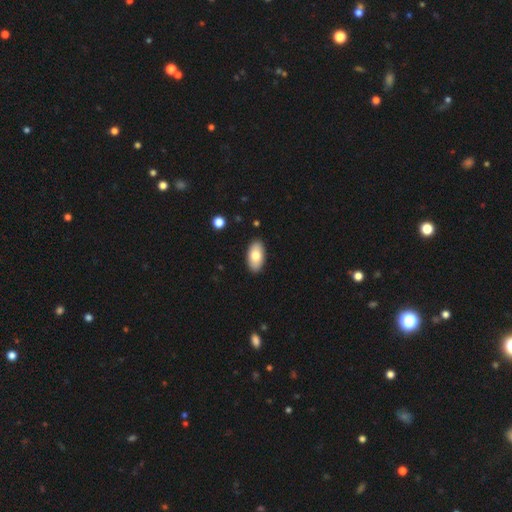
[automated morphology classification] Overall: smooth (78%). How rounded: in between (95%). Merging: none (89%).